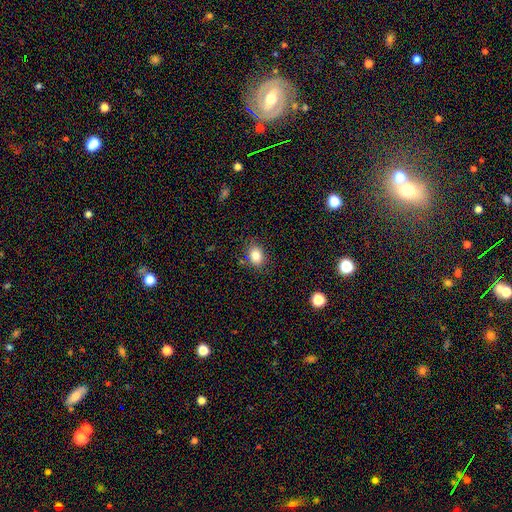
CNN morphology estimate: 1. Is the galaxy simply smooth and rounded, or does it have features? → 84% smooth, 10% star or artifact, 6% featured or disk.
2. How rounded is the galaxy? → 64% in between, 35% round, 1% cigar-shaped.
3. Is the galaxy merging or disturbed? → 81% none, 12% minor disturbance, 3% major disturbance, 3% merger.